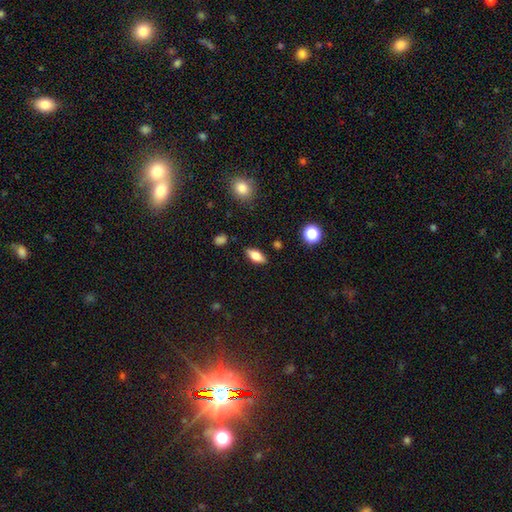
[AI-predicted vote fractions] smooth 64%, featured or disk 28%, star or artifact 8%. Down the decision tree: how rounded — in between (76%); merging — none (87%).